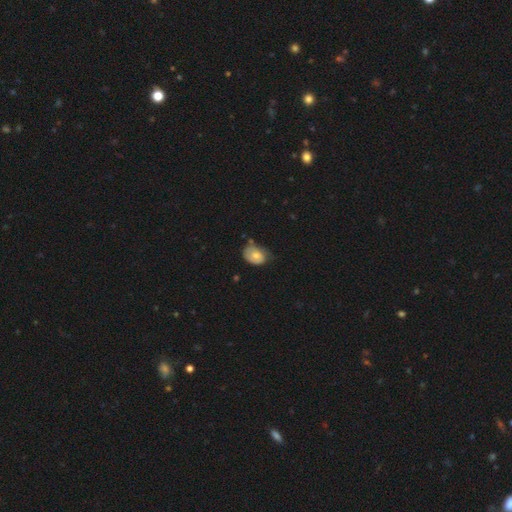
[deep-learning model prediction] A smooth galaxy with no disk features (62%) that is in between round and cigar-shaped (70%). Merging: none (45%).